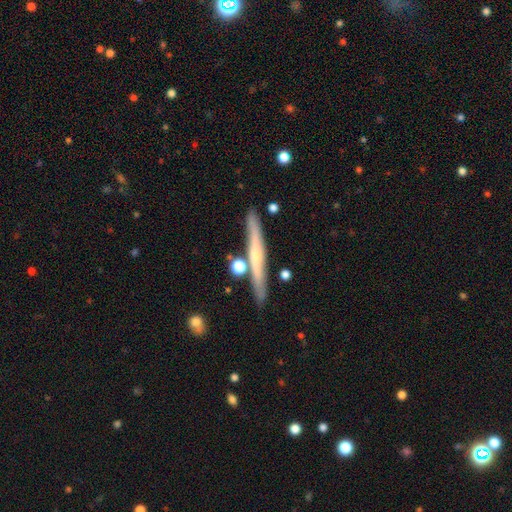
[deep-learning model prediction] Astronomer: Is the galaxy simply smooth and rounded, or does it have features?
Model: featured or disk — 58% (runner-up: smooth, 35%).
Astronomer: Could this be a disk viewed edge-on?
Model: yes — 96%.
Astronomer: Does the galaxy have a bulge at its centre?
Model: rounded — 58% (runner-up: none, 37%).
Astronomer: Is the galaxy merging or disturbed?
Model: none — 84%.